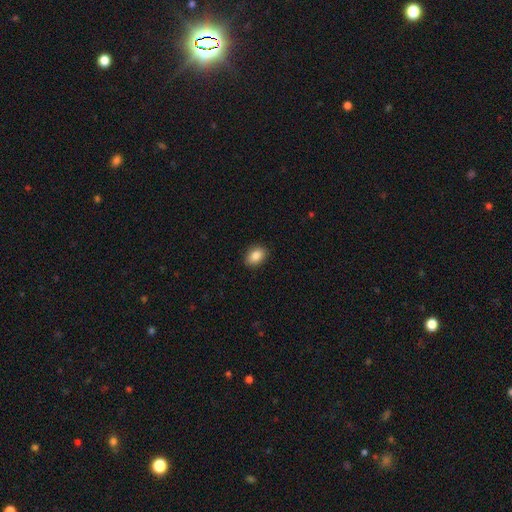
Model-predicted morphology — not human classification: This is clearly a smooth galaxy (87%). How rounded: clearly in between (82%). Merging: clearly none (88%).